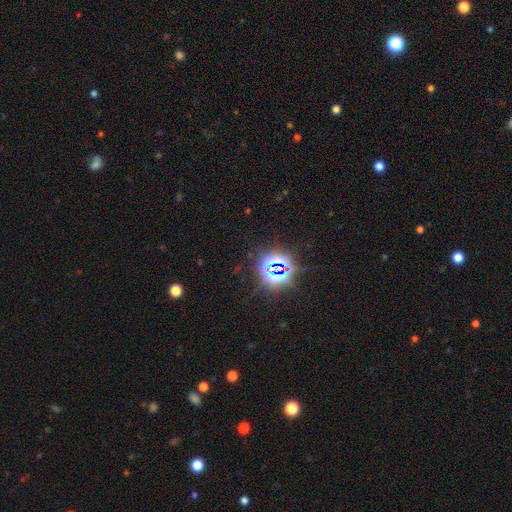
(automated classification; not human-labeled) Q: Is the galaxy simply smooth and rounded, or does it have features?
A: star or artifact — 83%.